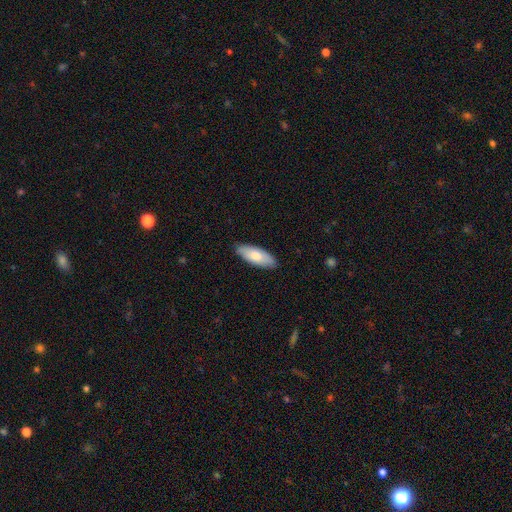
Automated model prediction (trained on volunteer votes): The model was most divided on "smooth or featured": smooth: 76%, featured or disk: 19%, star or artifact: 5%. More confident: merging — none (85%); how rounded — in between (77%).